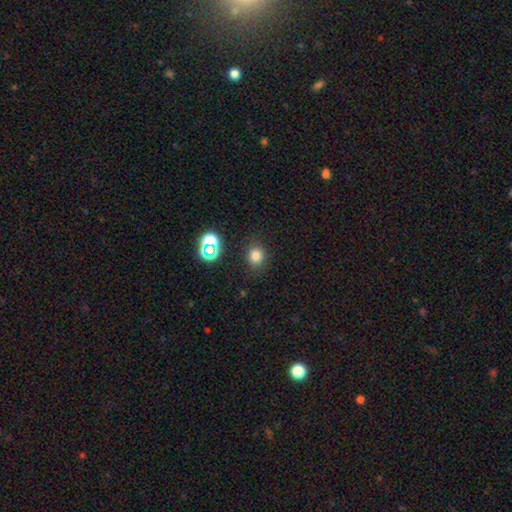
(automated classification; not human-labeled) smooth 78%, star or artifact 16%, featured or disk 6%. Down the decision tree: how rounded — round (71%); merging — none (83%).